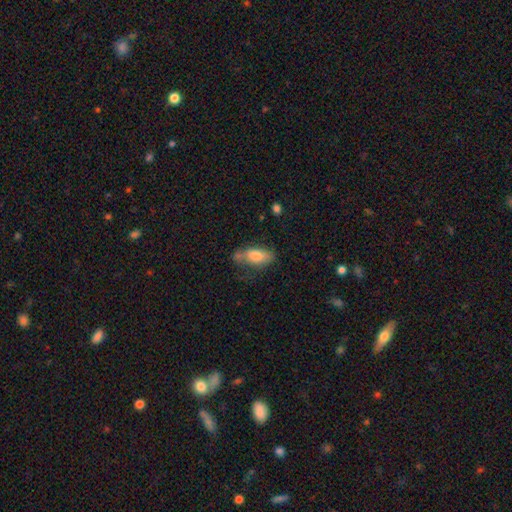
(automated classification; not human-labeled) A smooth galaxy with no disk features (76%) that is in between round and cigar-shaped (83%). Merging: none (52%).